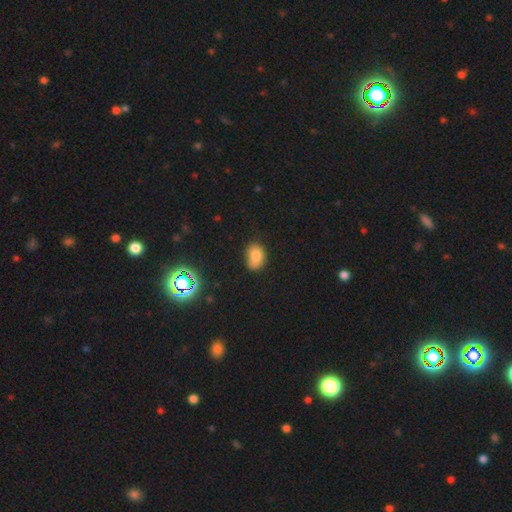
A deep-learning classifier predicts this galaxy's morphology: This is likely a smooth galaxy (78%). How rounded: likely in between (72%). Merging: possibly none (59%).